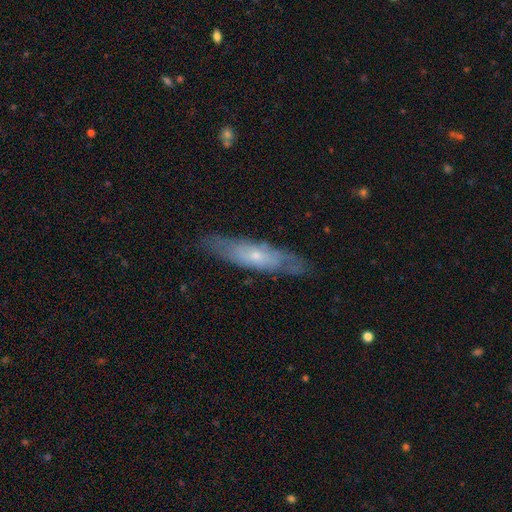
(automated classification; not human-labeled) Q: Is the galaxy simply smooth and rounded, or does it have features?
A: featured or disk — 57%.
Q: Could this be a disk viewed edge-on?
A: no — 54%.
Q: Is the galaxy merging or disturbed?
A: none — 78%.